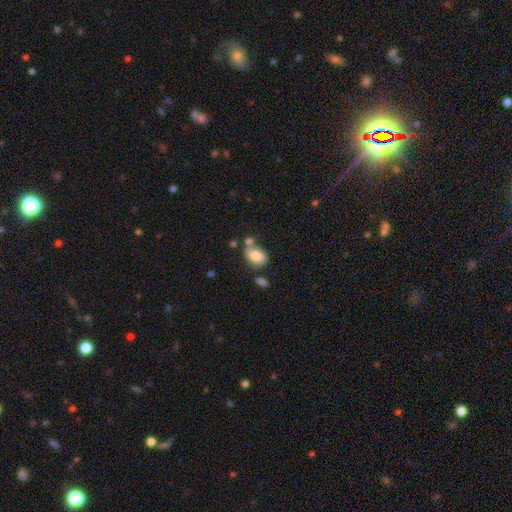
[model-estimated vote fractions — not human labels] The model was most divided on "merging": none: 49%, merger: 23%, minor disturbance: 20%, major disturbance: 7%. More confident: how rounded — in between (74%); smooth or featured — smooth (73%).